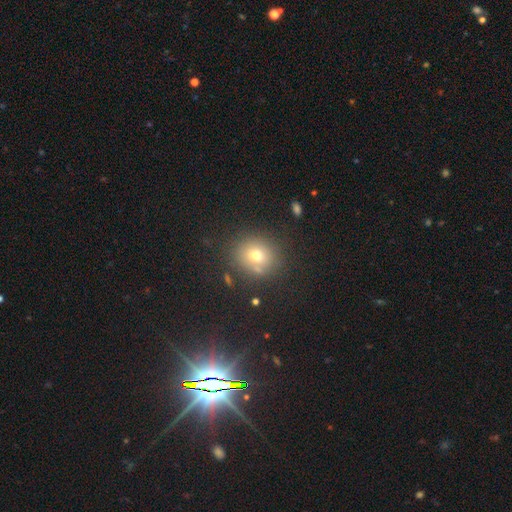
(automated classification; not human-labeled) The model was most divided on "smooth or featured": smooth: 69%, star or artifact: 18%, featured or disk: 13%. More confident: how rounded — round (82%); merging — none (78%).